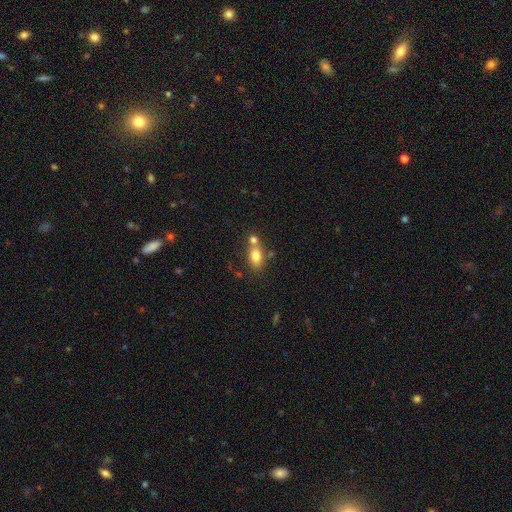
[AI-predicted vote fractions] Overall: smooth (77%). How rounded: in between (74%). Merging: none (49%; merger 35%).